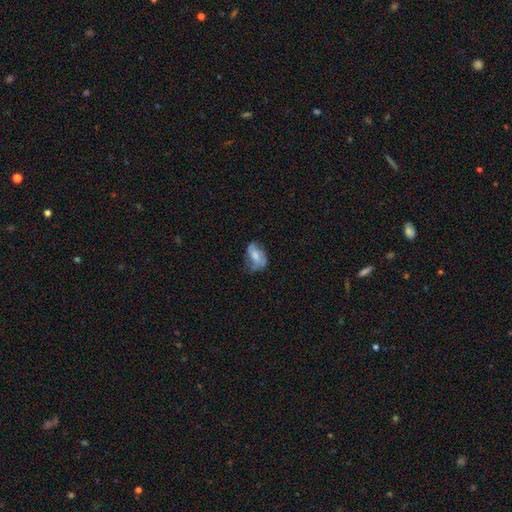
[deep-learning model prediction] Smooth or featured? smooth (50%)
Merging? none (46%)